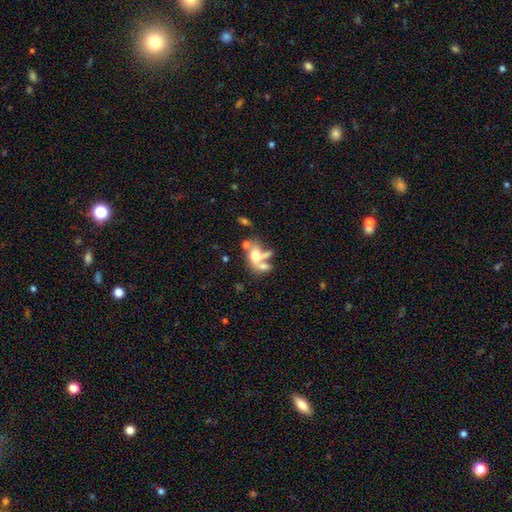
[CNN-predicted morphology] Smooth or featured? smooth (54%)
How rounded? in between (75%)
Merging? merger (54%)